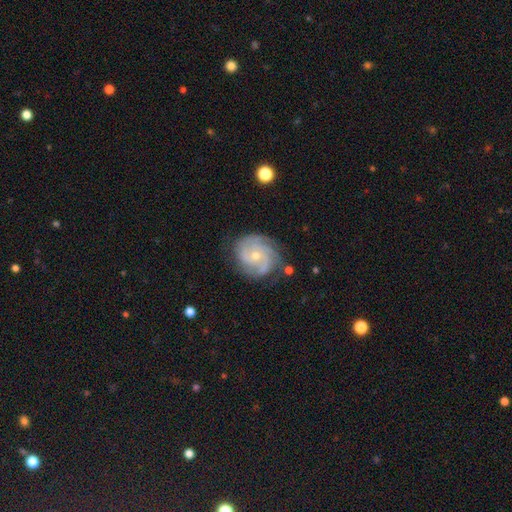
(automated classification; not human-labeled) Morphology: type=featured or disk (85%); edge-on=no (98%); bar=no (73%); spiral arms=yes (97%); winding=tight (62%); arm count=3 (42%); bulge=small (59%); merging=none (75%).